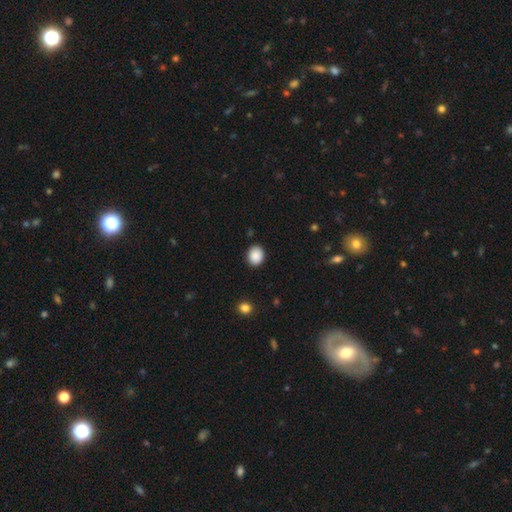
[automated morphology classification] Q: Smooth or featured?
A: smooth (89%); runner-up: star or artifact (8%)
Q: How rounded?
A: round (56%); runner-up: in between (44%)
Q: Merging?
A: none (89%); runner-up: minor disturbance (8%)